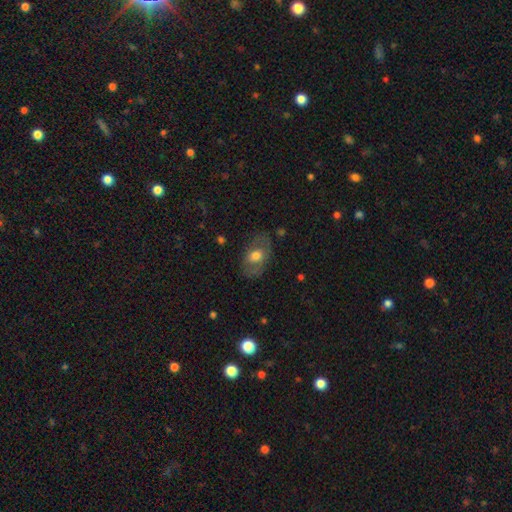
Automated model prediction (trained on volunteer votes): Smooth or featured? smooth (56%)
How rounded? in between (83%)
Merging? none (71%)